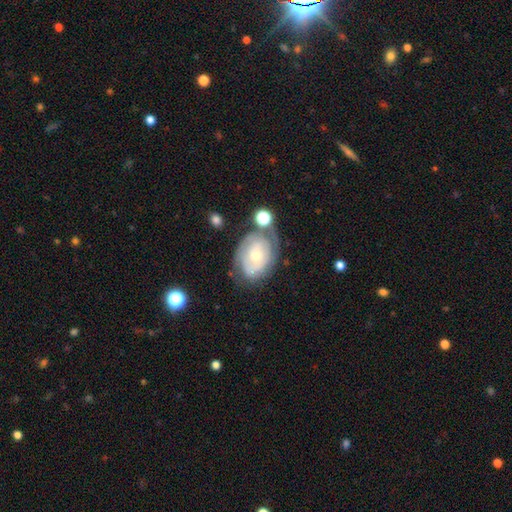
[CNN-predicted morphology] smooth_or_featured: featured or disk (p=0.63) [alt: smooth p=0.30]
disk_edge_on: no (p=0.95) [alt: yes p=0.05]
bar: no (p=0.78) [alt: weak p=0.18]
has_spiral_arms: yes (p=0.63) [alt: no p=0.37]
bulge_size: small (p=0.52) [alt: moderate p=0.44]
merging: none (p=0.51) [alt: minor disturbance p=0.25]